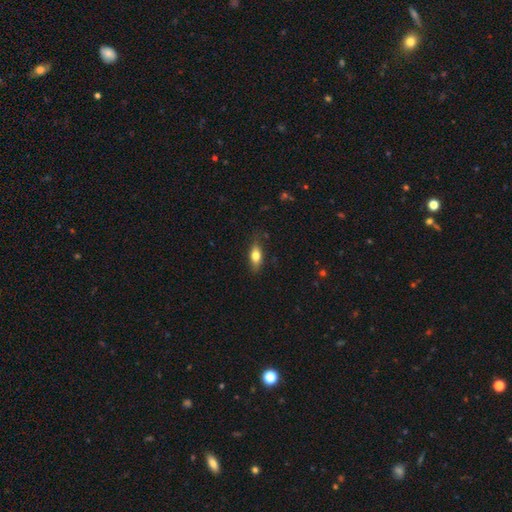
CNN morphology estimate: smooth-or-featured: smooth: 72% | featured or disk: 21% | star or artifact: 7%
  how-rounded: in between: 75% | cigar-shaped: 20% | round: 5%
  merging: none: 80% | minor disturbance: 16% | major disturbance: 3% | merger: 1%